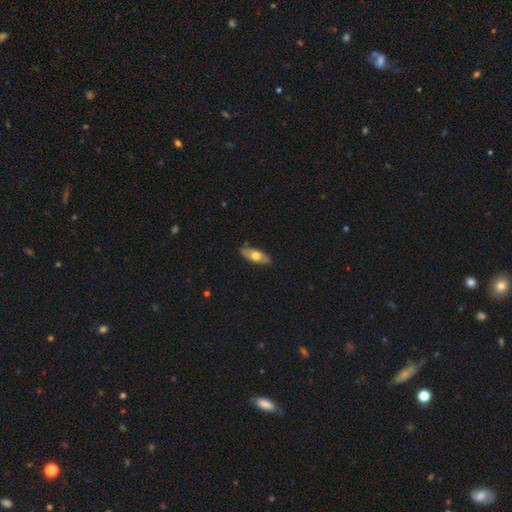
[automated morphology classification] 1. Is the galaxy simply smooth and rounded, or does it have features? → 59% smooth, 36% featured or disk, 6% star or artifact.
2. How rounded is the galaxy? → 76% in between, 21% cigar-shaped, 3% round.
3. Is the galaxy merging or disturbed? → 85% none, 12% minor disturbance, 2% major disturbance, 1% merger.